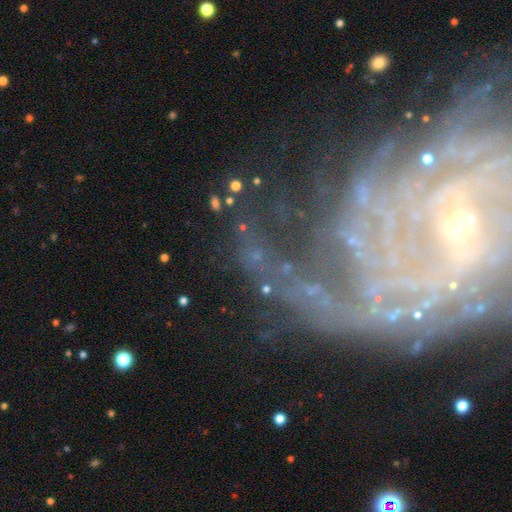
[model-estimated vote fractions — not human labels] Morphology: type=featured or disk (44%); merging=none (57%).